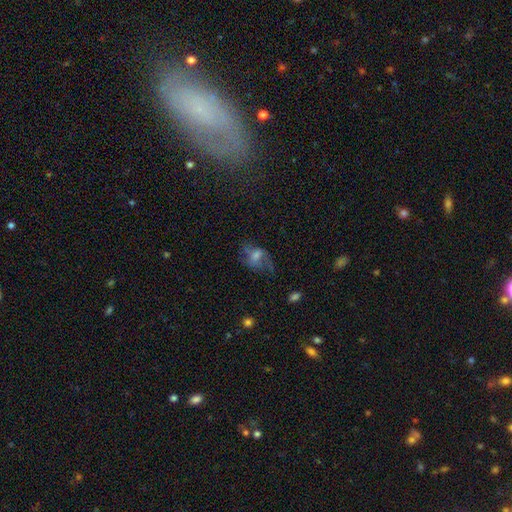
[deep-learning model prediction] Smooth or featured: featured or disk — 43% (smooth — 42%)
Merging: none — 43% (major disturbance — 29%)